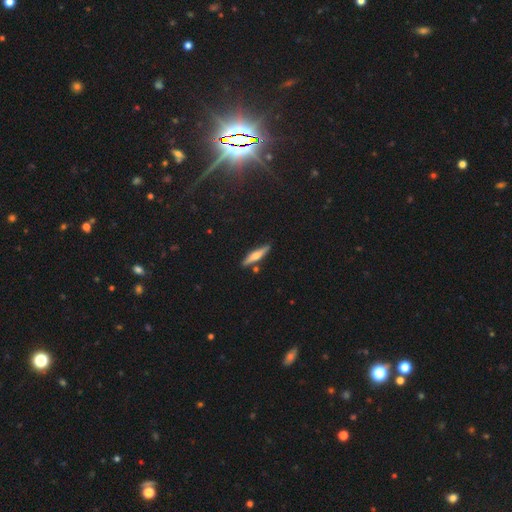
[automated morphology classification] A featured or disk galaxy (49%). Merging: none (84%).